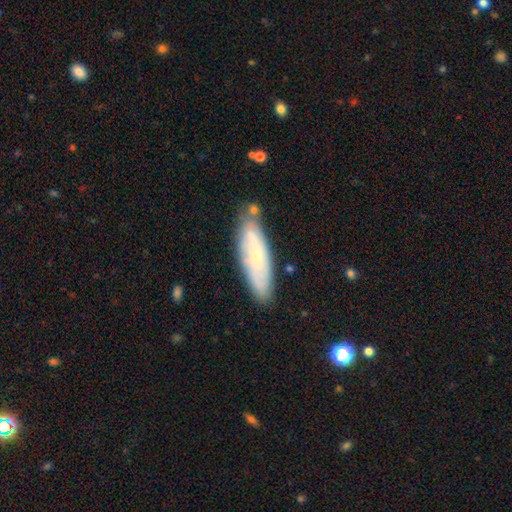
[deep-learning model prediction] Smooth or featured?
  - smooth: 49% *
  - featured or disk: 44%
  - star or artifact: 7%
Merging?
  - none: 75% *
  - minor disturbance: 17%
  - merger: 5%
  - major disturbance: 3%